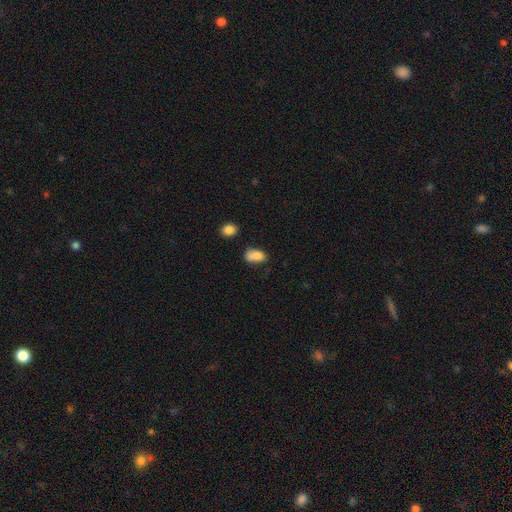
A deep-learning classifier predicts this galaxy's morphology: Smooth or featured?
  - smooth: 82% *
  - star or artifact: 10%
  - featured or disk: 9%
How rounded?
  - in between: 85% *
  - round: 12%
  - cigar-shaped: 3%
Merging?
  - none: 46% *
  - minor disturbance: 27%
  - merger: 19%
  - major disturbance: 9%